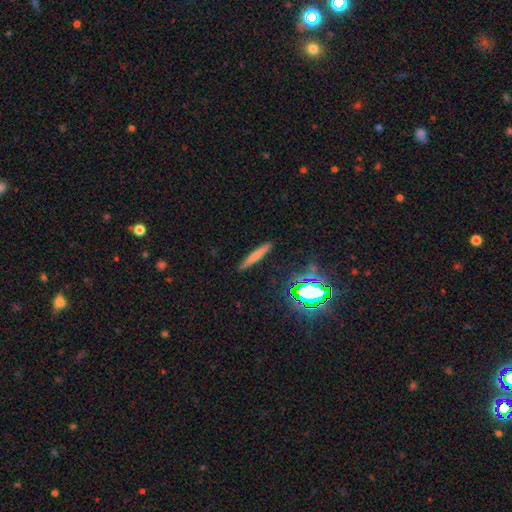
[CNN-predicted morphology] Smooth or featured: smooth — 64% (featured or disk — 23%)
How rounded: cigar-shaped — 93% (in between — 5%)
Merging: none — 88% (minor disturbance — 8%)